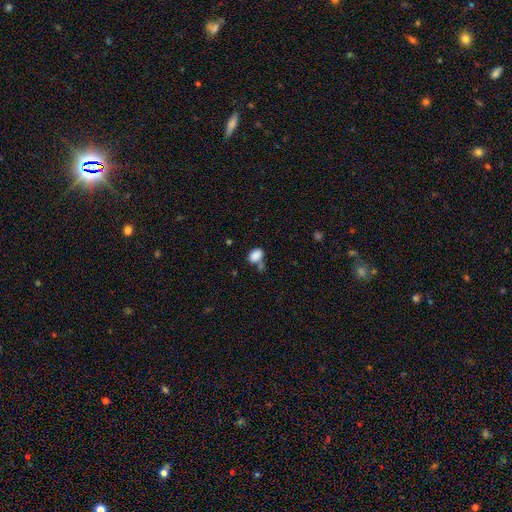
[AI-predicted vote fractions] Q: Smooth or featured?
A: smooth (86%); runner-up: star or artifact (9%)
Q: How rounded?
A: in between (82%); runner-up: round (17%)
Q: Merging?
A: none (52%); runner-up: merger (24%)